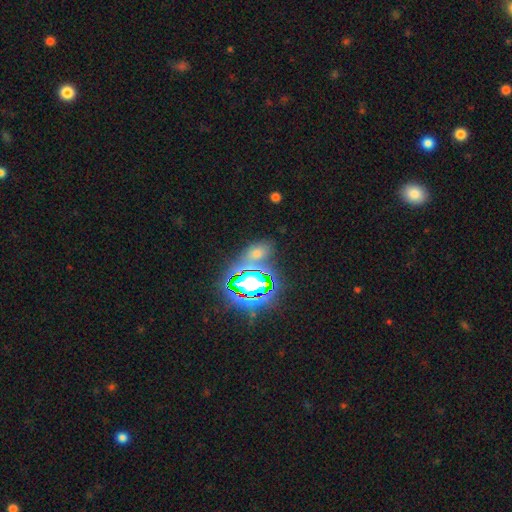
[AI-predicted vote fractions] Overall: star or artifact (62%; smooth 27%).